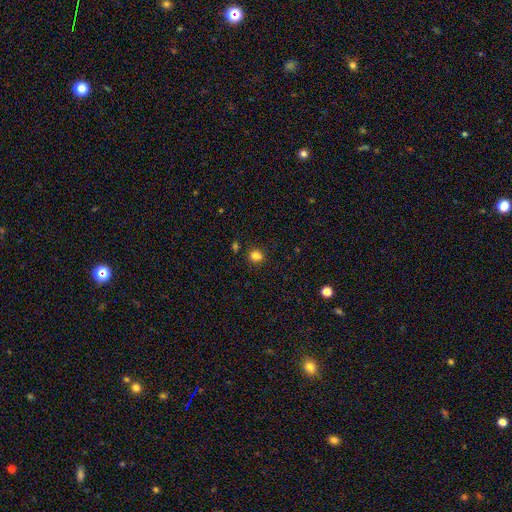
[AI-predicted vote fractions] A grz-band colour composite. It shows a smooth galaxy with no disk features (80%) that is round (65%). Merging: none (77%).